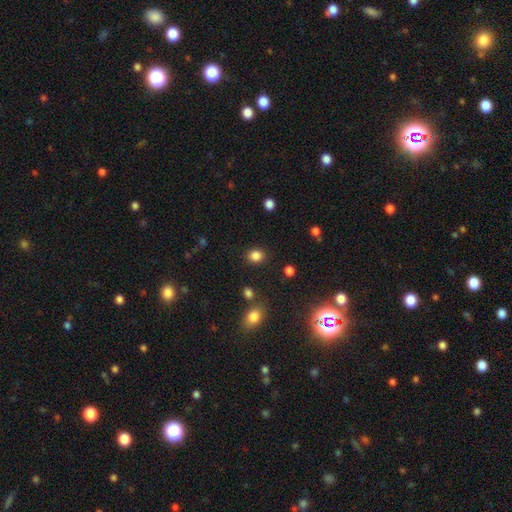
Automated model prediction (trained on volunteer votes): Overall: smooth (85%). How rounded: round (58%; in between 41%). Merging: none (85%).